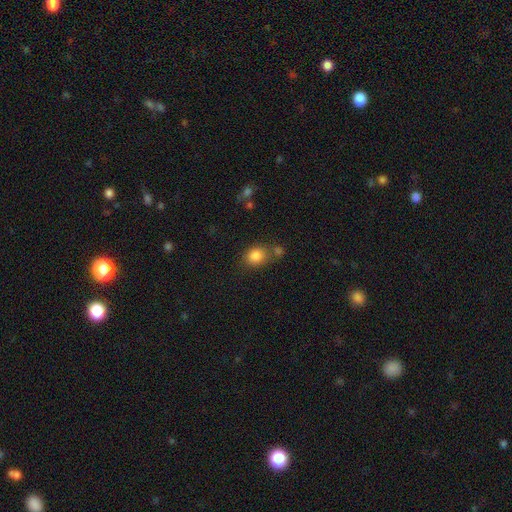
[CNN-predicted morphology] Smooth or featured?
  - smooth: 84% *
  - star or artifact: 10%
  - featured or disk: 6%
How rounded?
  - round: 58% *
  - in between: 41%
  - cigar-shaped: 1%
Merging?
  - none: 62% *
  - merger: 17%
  - minor disturbance: 15%
  - major disturbance: 5%